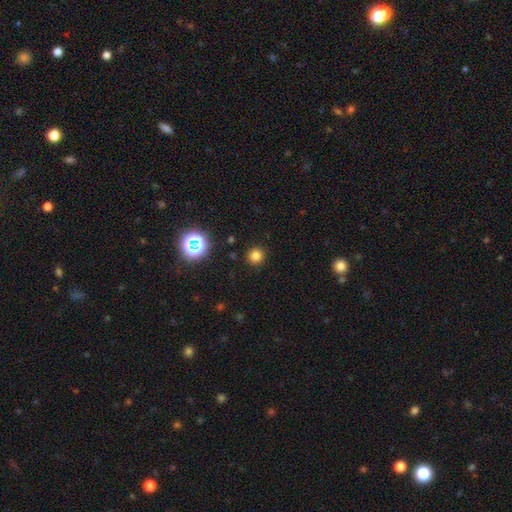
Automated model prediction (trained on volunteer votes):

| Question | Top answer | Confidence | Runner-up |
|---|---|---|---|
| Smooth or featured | smooth | 78% | star or artifact (17%) |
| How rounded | round | 94% | in between (5%) |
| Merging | none | 91% | minor disturbance (6%) |